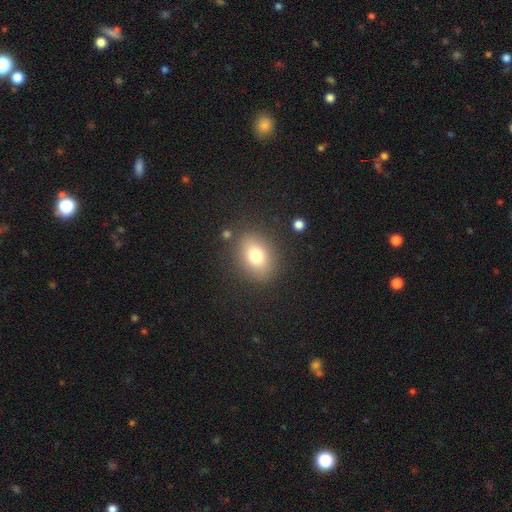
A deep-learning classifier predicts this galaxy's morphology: Overall: smooth (75%). How rounded: in between (55%; round 44%). Merging: none (84%).